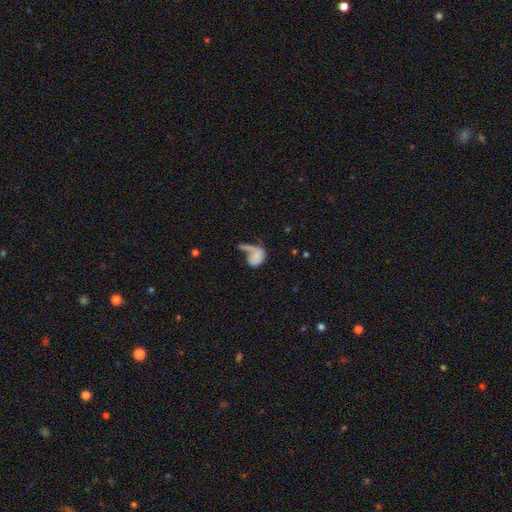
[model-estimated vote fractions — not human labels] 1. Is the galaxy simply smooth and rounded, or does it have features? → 56% smooth, 33% featured or disk, 11% star or artifact.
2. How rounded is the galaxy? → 71% in between, 26% round, 3% cigar-shaped.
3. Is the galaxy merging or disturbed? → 39% major disturbance, 24% none, 21% merger, 16% minor disturbance.